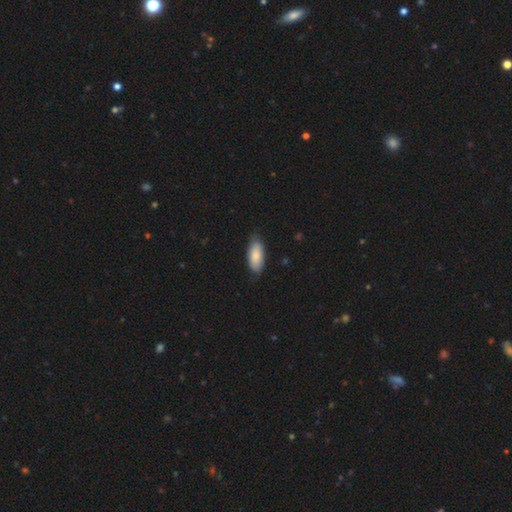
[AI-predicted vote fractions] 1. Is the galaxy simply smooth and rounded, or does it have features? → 85% smooth, 9% featured or disk, 6% star or artifact.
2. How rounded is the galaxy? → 87% in between, 12% cigar-shaped, 2% round.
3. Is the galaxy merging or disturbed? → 79% none, 18% minor disturbance, 3% major disturbance, 1% merger.